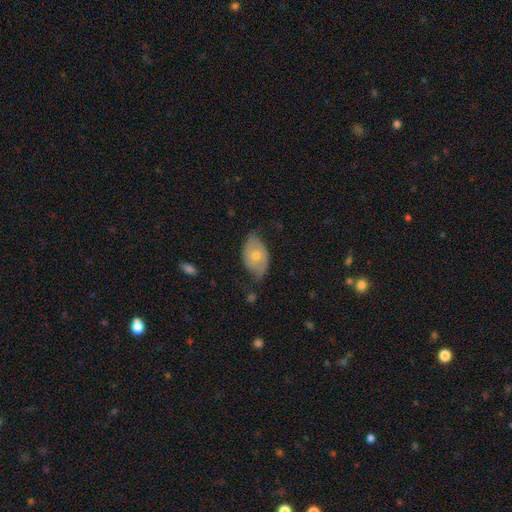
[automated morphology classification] Overall: smooth (54%; featured or disk 40%). How rounded: in between (86%). Merging: none (52%; minor disturbance 35%).